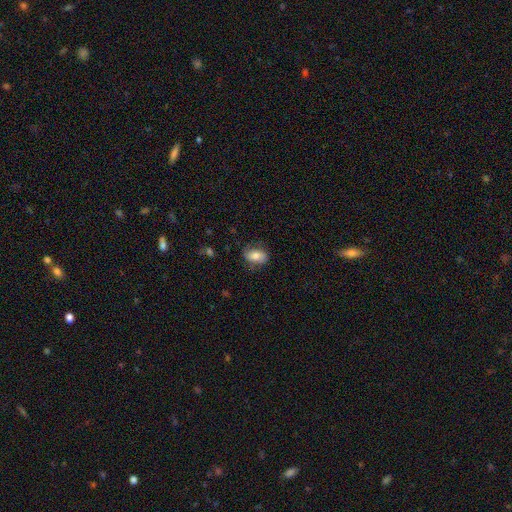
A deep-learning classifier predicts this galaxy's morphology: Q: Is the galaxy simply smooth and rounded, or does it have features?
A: smooth — 68%.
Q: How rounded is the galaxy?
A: in between — 81%.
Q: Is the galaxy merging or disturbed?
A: none — 73%.